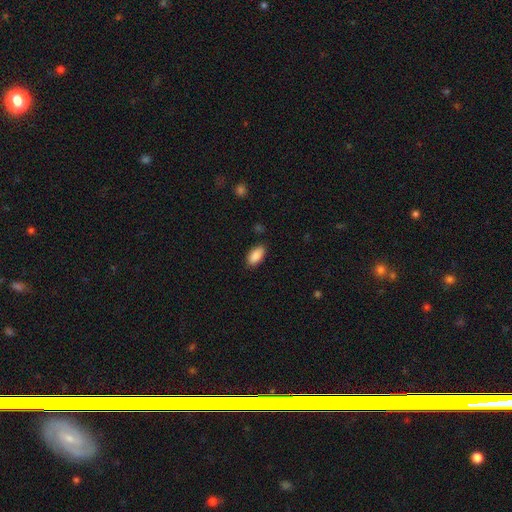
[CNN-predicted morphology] Overall: smooth (89%). How rounded: in between (93%). Merging: none (84%).